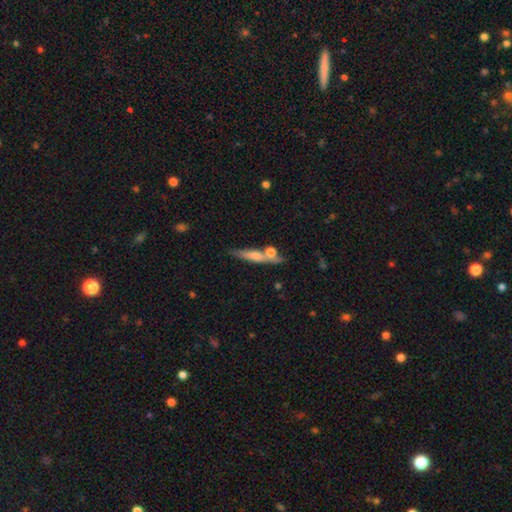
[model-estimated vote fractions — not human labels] featured or disk 54%, smooth 37%, star or artifact 9%. Down the decision tree: edge-on disk — yes (90%); merging — none (71%).